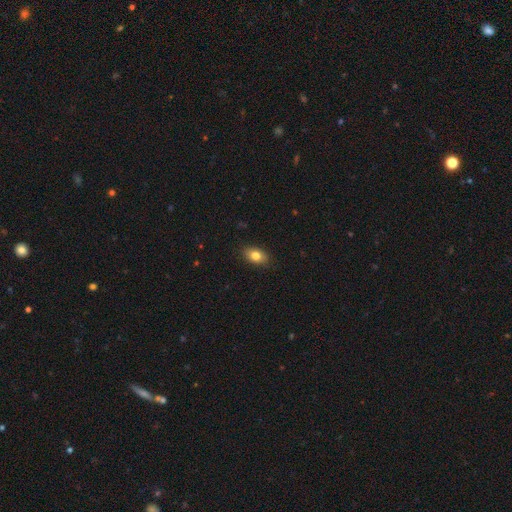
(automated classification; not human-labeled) Q: Smooth or featured?
A: smooth (80%); runner-up: featured or disk (11%)
Q: How rounded?
A: in between (88%); runner-up: round (10%)
Q: Merging?
A: none (88%); runner-up: minor disturbance (9%)